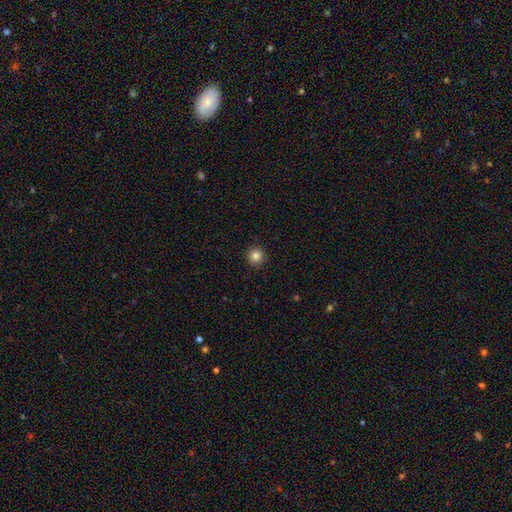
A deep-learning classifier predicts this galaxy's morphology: Smooth or featured: smooth — 84% (star or artifact — 11%)
How rounded: round — 95% (in between — 4%)
Merging: none — 93% (minor disturbance — 5%)